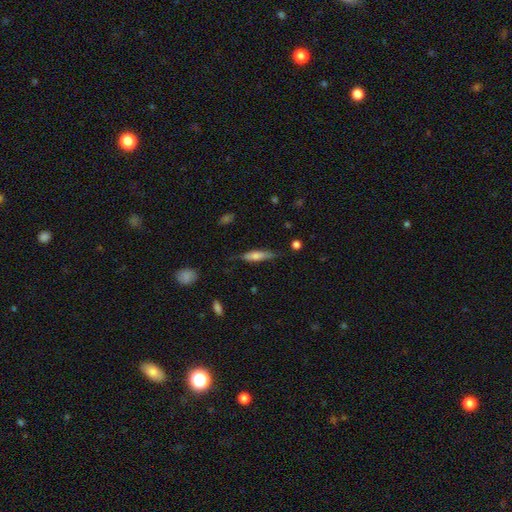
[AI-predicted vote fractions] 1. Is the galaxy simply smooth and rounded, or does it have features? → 61% smooth, 32% featured or disk, 7% star or artifact.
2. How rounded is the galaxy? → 71% cigar-shaped, 27% in between, 2% round.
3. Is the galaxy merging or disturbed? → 70% none, 23% minor disturbance, 6% major disturbance, 2% merger.